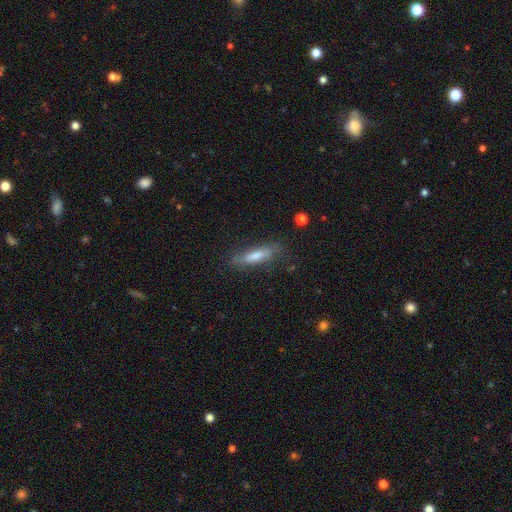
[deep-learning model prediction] Q: Smooth or featured?
A: smooth (53%); runner-up: featured or disk (39%)
Q: How rounded?
A: cigar-shaped (79%); runner-up: in between (19%)
Q: Merging?
A: none (76%); runner-up: minor disturbance (17%)